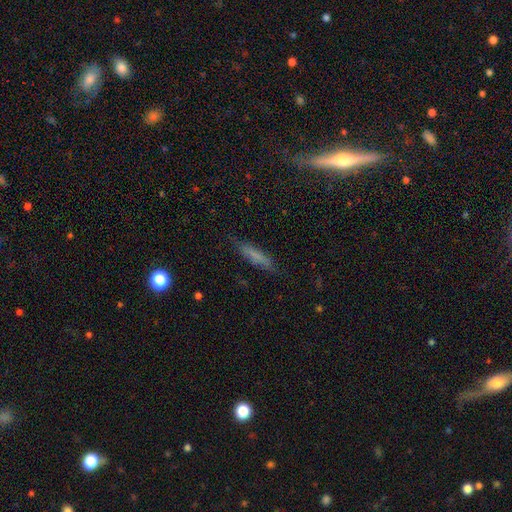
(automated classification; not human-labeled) Smooth or featured: smooth — 67% (featured or disk — 22%)
How rounded: cigar-shaped — 80% (in between — 18%)
Merging: none — 78% (minor disturbance — 16%)